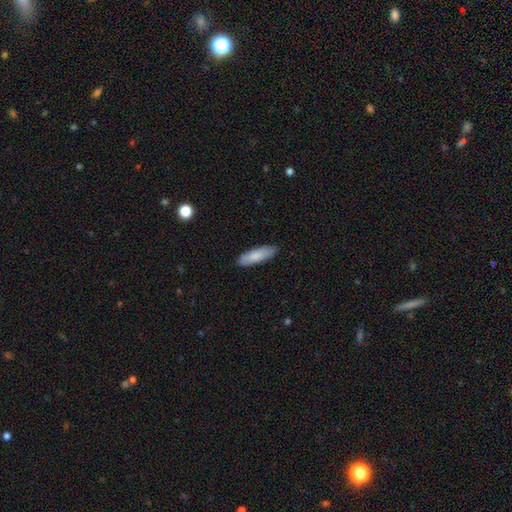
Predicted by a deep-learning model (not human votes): Overall: smooth (84%). How rounded: cigar-shaped (55%; in between 43%). Merging: none (88%).